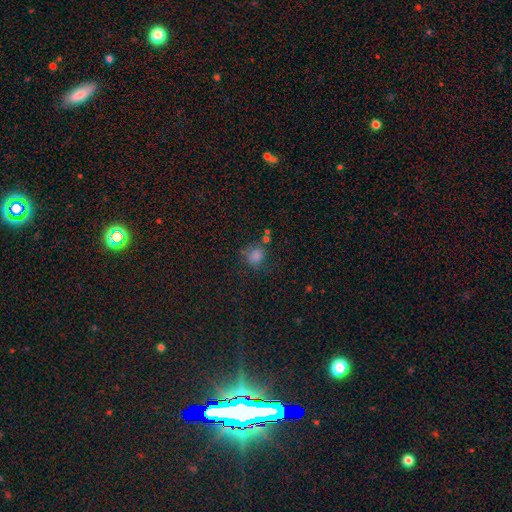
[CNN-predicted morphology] This is likely a smooth galaxy (73%). How rounded: likely round (73%). Merging: possibly none (59%).